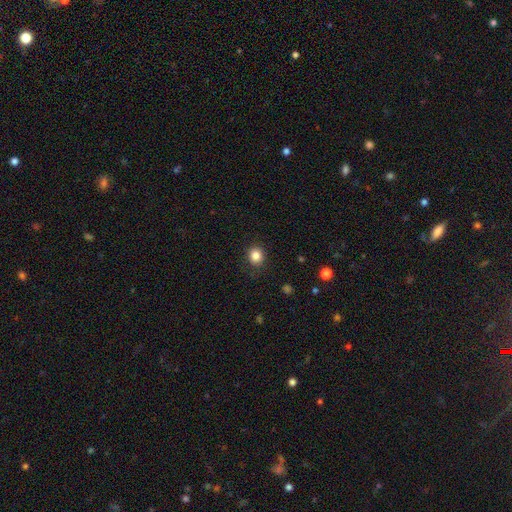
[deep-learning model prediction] Morphology: type=smooth (84%); roundness=round (77%); merging=none (86%).